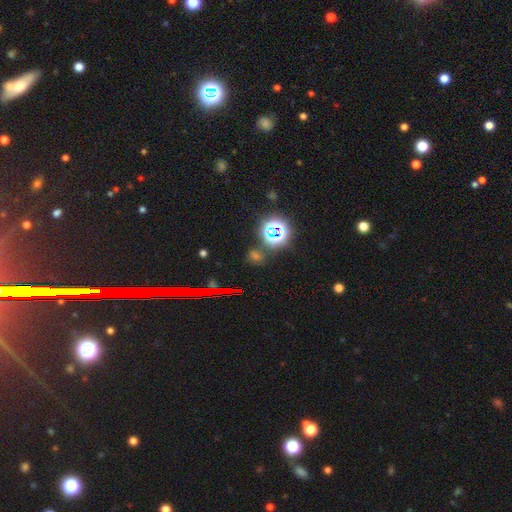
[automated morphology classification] star or artifact 66%, smooth 26%, featured or disk 8%.